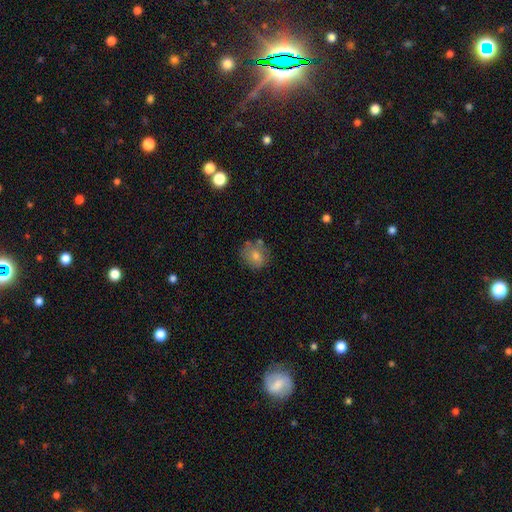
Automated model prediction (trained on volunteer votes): Smooth or featured? smooth (68%)
How rounded? round (76%)
Merging? none (73%)